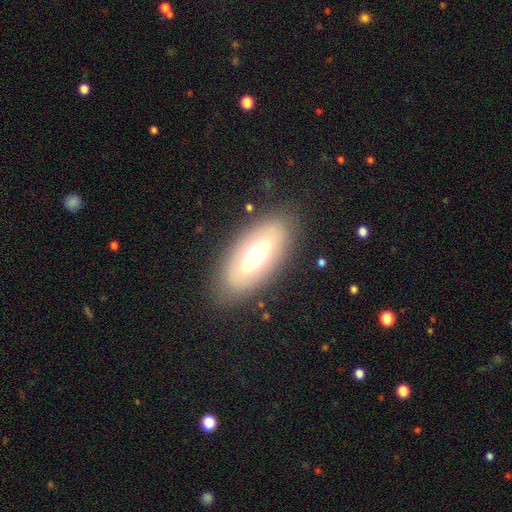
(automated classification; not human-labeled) Smooth or featured? Predicted: smooth (p=0.47). Merging? Predicted: none (p=0.82).